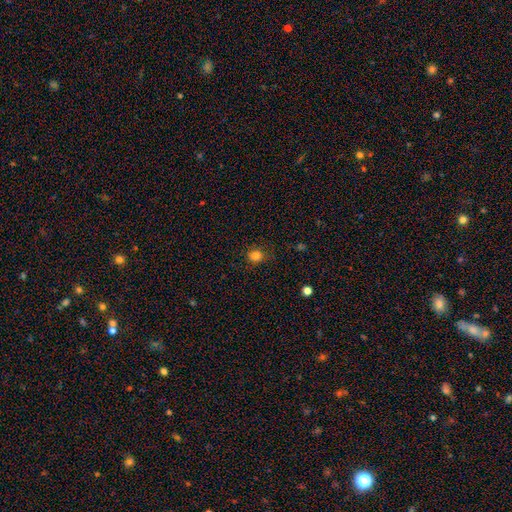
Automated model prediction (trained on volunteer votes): The model was most divided on "smooth or featured": smooth: 82%, star or artifact: 13%, featured or disk: 4%. More confident: how rounded — round (85%); merging — none (82%).